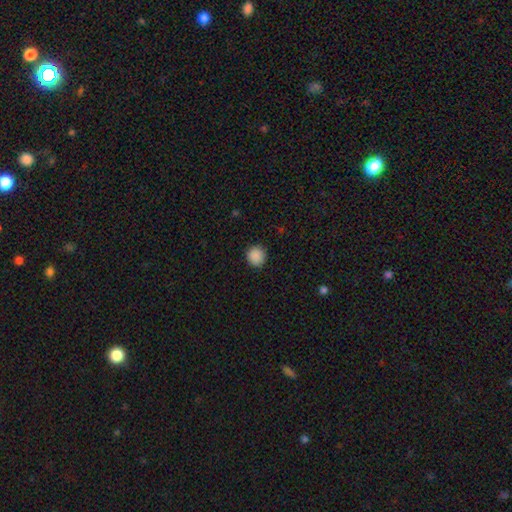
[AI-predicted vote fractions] This appears to be a smooth galaxy with no disk features (89%) that is round (91%). Merging: none (90%).